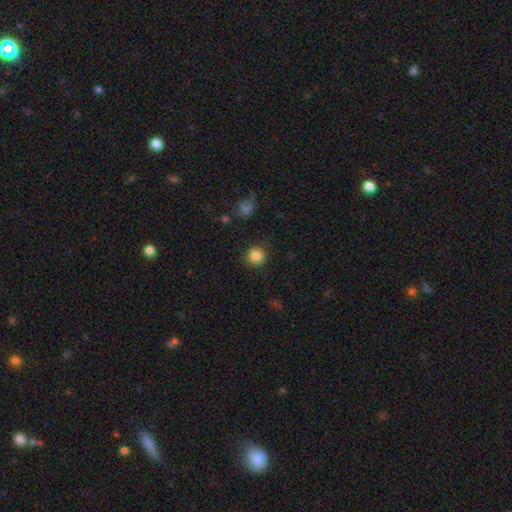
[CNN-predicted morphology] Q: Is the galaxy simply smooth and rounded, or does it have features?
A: smooth — 84%.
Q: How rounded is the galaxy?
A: round — 93%.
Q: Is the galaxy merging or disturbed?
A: none — 88%.